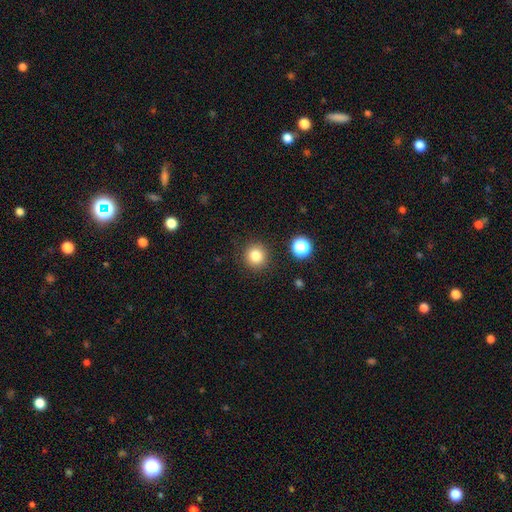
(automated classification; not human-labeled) Morphology: type=smooth (82%); roundness=round (93%); merging=none (89%).